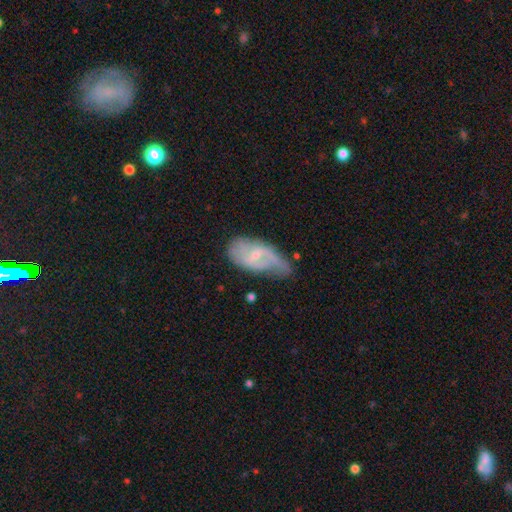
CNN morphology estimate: Smooth or featured? featured or disk (69%)
Edge-on disk? no (94%)
Bar? weak (50%)
Spiral arms? yes (80%)
Spiral winding? medium (40%)
Spiral arm count? 2 (53%)
Bulge size? small (67%)
Merging? none (40%)